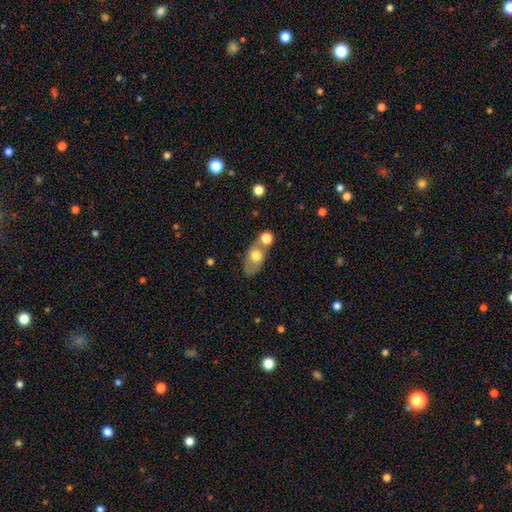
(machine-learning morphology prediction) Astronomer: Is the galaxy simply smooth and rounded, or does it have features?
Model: smooth — 60%.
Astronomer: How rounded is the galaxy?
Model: in between — 74%.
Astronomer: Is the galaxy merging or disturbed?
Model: none — 42% (runner-up: merger, 36%).